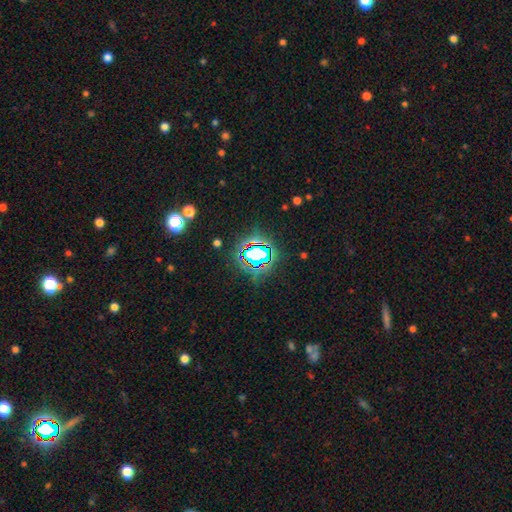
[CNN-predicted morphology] Q: Smooth or featured?
A: star or artifact (69%); runner-up: smooth (19%)